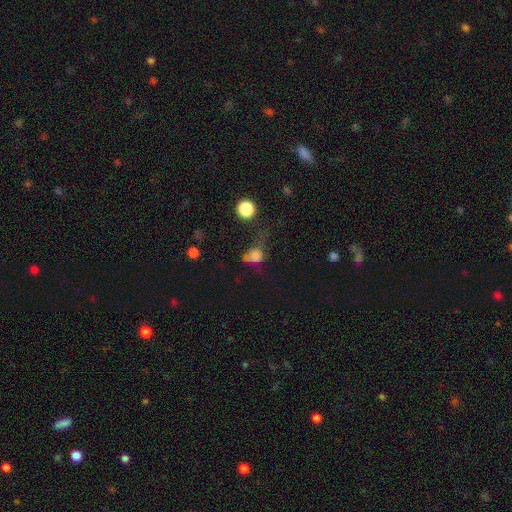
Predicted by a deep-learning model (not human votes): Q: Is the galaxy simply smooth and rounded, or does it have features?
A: smooth — 69%.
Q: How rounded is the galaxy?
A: round — 57%.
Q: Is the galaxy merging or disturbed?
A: major disturbance — 33%.